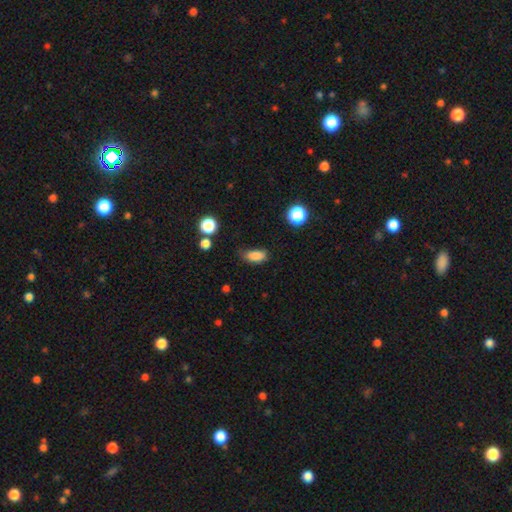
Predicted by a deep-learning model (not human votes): smooth_or_featured: smooth (p=0.84) [alt: star or artifact p=0.10]
how_rounded: in between (p=0.87) [alt: round p=0.07]
merging: none (p=0.58) [alt: minor disturbance p=0.32]